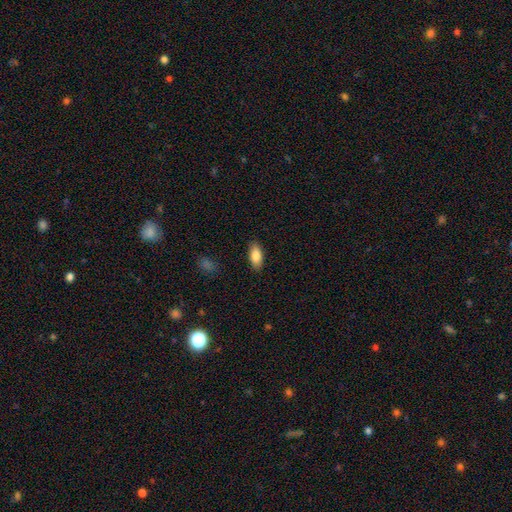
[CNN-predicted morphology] Q: Smooth or featured?
A: smooth (84%); runner-up: featured or disk (9%)
Q: How rounded?
A: in between (86%); runner-up: cigar-shaped (12%)
Q: Merging?
A: none (88%); runner-up: minor disturbance (9%)